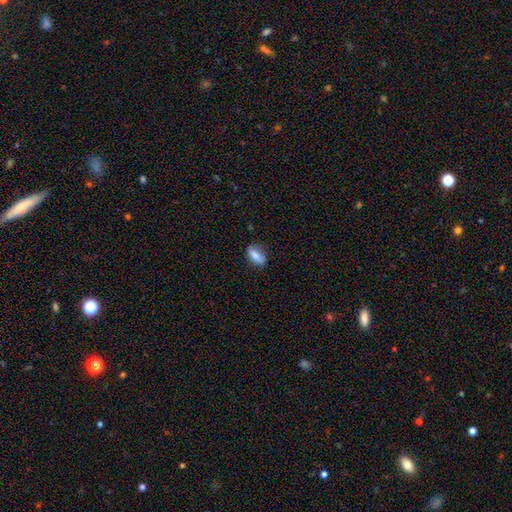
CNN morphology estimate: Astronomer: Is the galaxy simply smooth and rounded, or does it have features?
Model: smooth — 76%.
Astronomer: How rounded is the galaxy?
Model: in between — 78%.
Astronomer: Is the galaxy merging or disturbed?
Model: none — 78%.